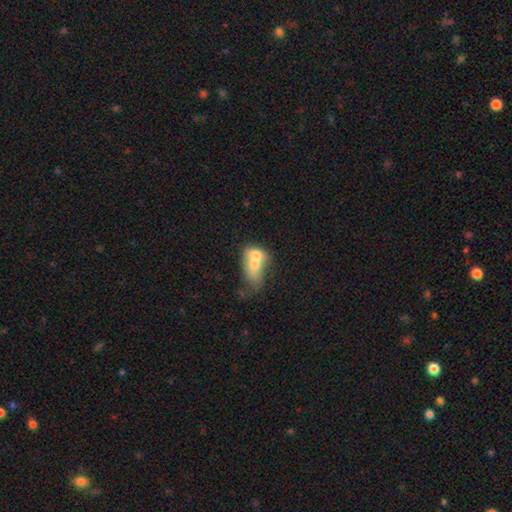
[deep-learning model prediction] Morphology: type=smooth (64%); roundness=in between (78%); merging=merger (68%).